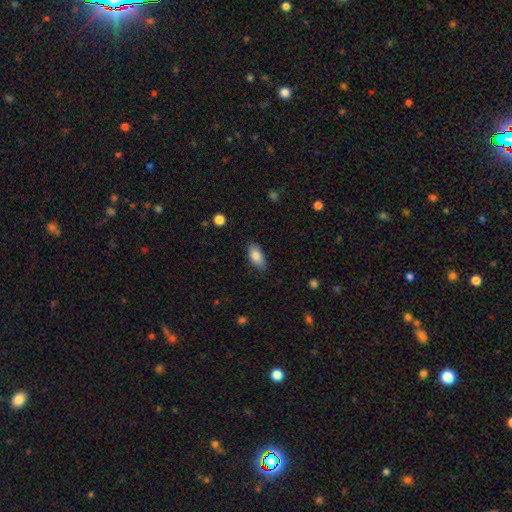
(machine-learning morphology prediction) smooth_or_featured: smooth (p=0.86) [alt: featured or disk p=0.07]
how_rounded: in between (p=0.90) [alt: cigar-shaped p=0.07]
merging: none (p=0.84) [alt: minor disturbance p=0.13]